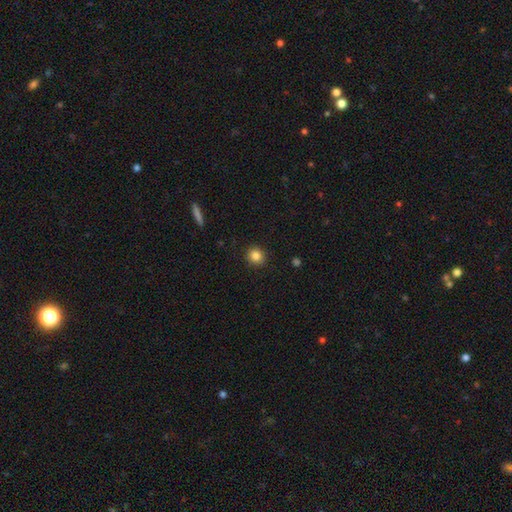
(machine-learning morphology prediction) Smooth or featured? smooth (85%)
How rounded? round (87%)
Merging? none (91%)